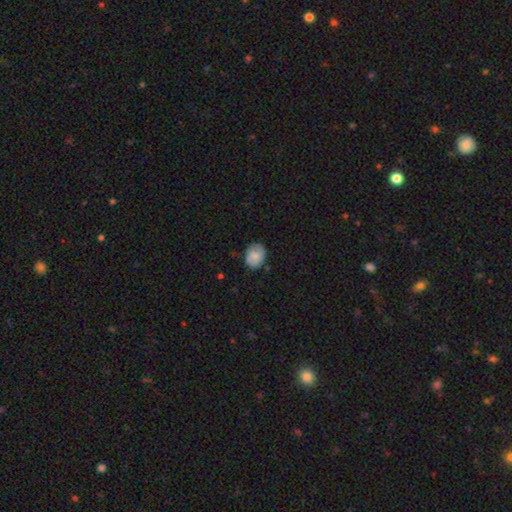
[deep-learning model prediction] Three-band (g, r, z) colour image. It shows a smooth galaxy with no disk features (75%) that is in between round and cigar-shaped (65%). Merging: none (74%).